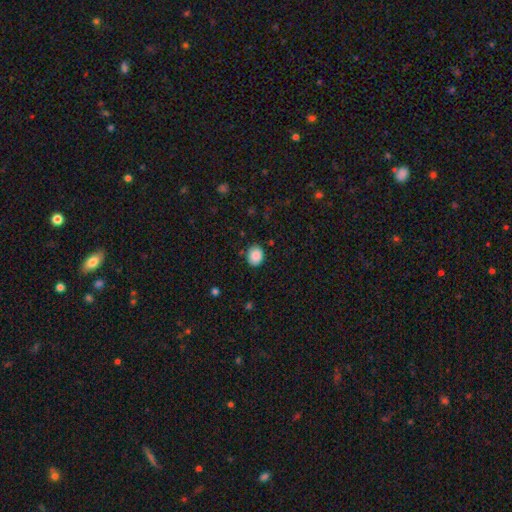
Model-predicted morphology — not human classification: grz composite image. It shows a smooth galaxy with no disk features (88%) that is round (53%). Merging: none (82%).